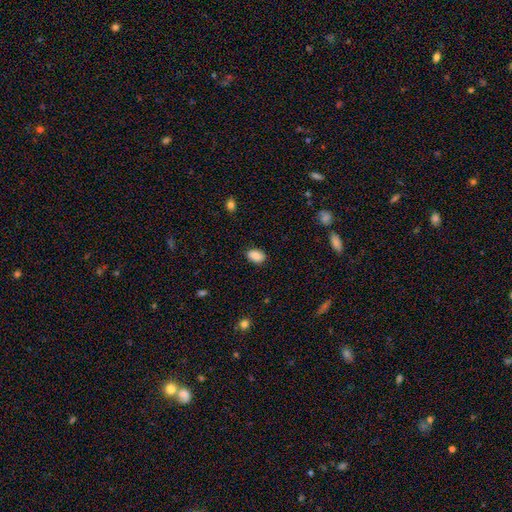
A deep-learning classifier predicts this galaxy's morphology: This is clearly a smooth galaxy (88%). How rounded: clearly in between (85%). Merging: clearly none (84%).